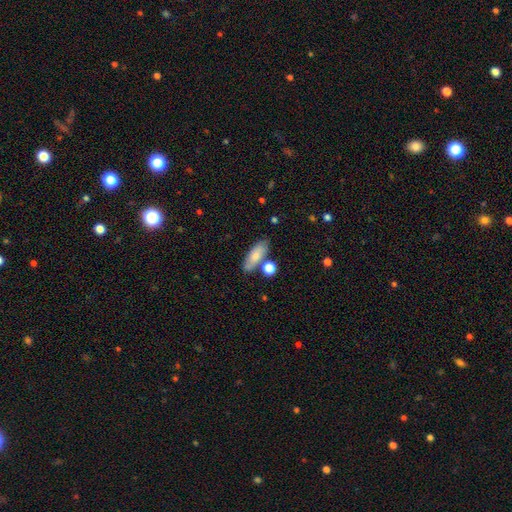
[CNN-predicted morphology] This is likely a smooth galaxy (74%). How rounded: likely in between (68%). Merging: likely none (70%).